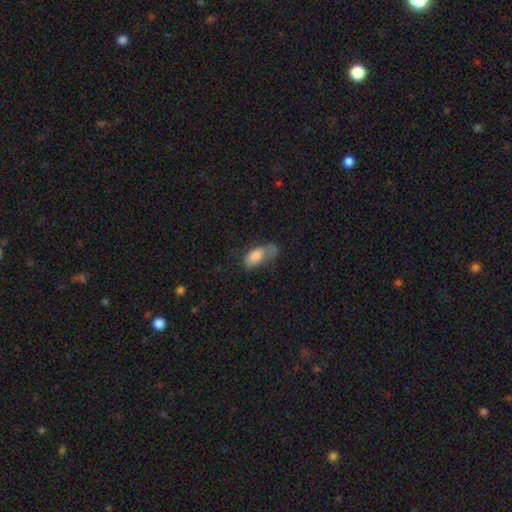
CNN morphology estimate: A smooth galaxy with no disk features (76%) that is in between round and cigar-shaped (87%).

Vote fractions:
- Smooth or featured? smooth: 76% / featured or disk: 16% / star or artifact: 8%
- How rounded? in between: 87% / cigar-shaped: 9% / round: 4%
- Merging? major disturbance: 34% / none: 30% / minor disturbance: 29% / merger: 7%